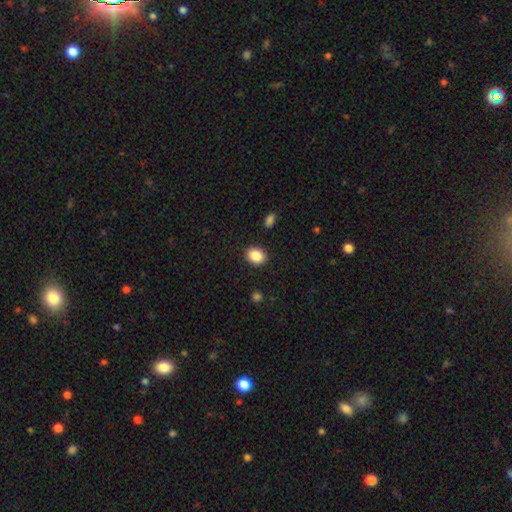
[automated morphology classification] smooth 88%, star or artifact 9%, featured or disk 4%. Down the decision tree: how rounded — round (51%); merging — none (90%).